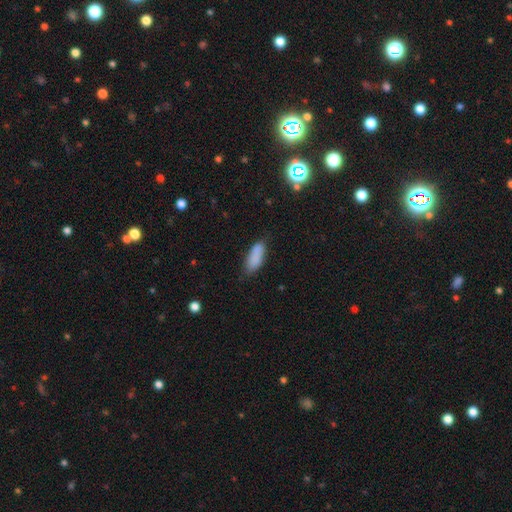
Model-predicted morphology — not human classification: type=smooth (86%); roundness=in between (73%); merging=none (70%).